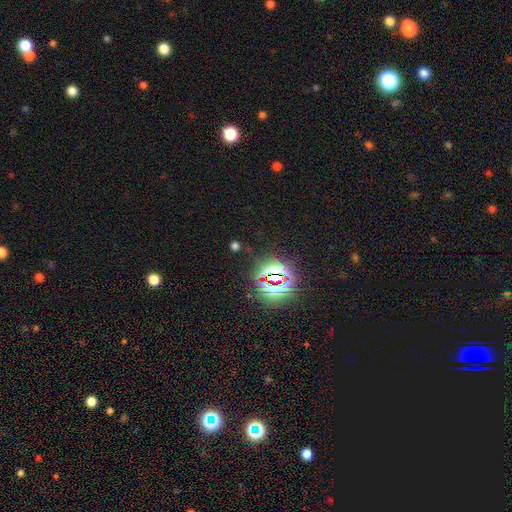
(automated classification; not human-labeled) Smooth or featured?
  - star or artifact: 79% *
  - smooth: 13%
  - featured or disk: 7%